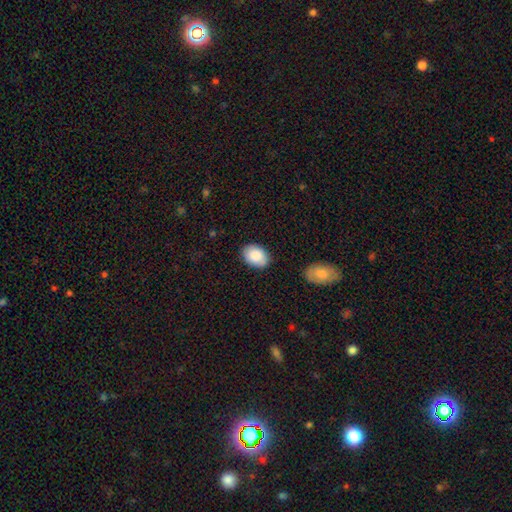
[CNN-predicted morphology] Overall: smooth (85%). How rounded: in between (80%). Merging: none (85%).